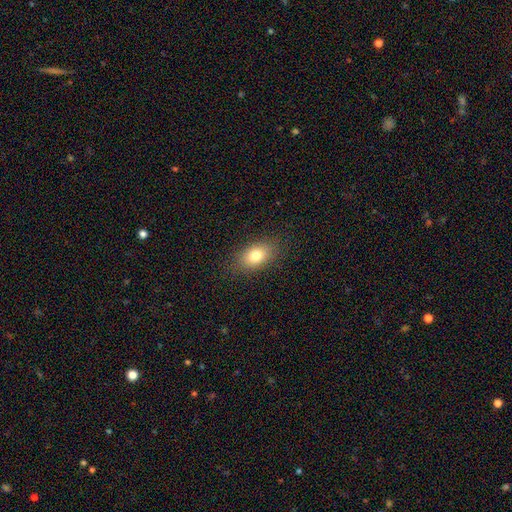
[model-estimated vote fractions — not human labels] A smooth galaxy with no disk features (79%) that is in between round and cigar-shaped (85%).

Vote fractions:
- Smooth or featured? smooth: 79% / featured or disk: 12% / star or artifact: 9%
- How rounded? in between: 85% / round: 11% / cigar-shaped: 3%
- Merging? none: 85% / minor disturbance: 11% / major disturbance: 3% / merger: 1%